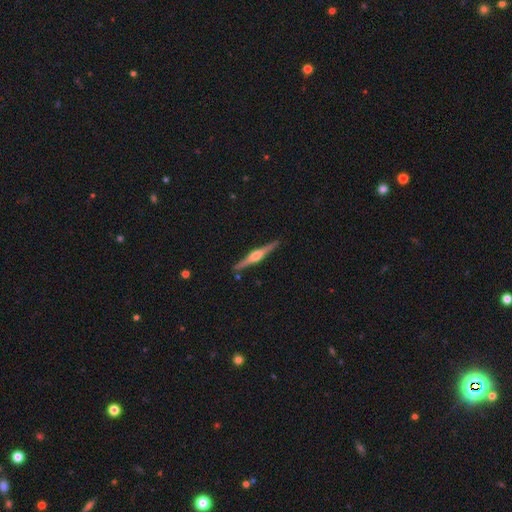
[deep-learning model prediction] Q: Smooth or featured?
A: featured or disk (79%); runner-up: smooth (16%)
Q: Edge-on disk?
A: yes (98%); runner-up: no (2%)
Q: Edge-on bulge?
A: rounded (90%); runner-up: boxy (7%)
Q: Merging?
A: none (89%); runner-up: minor disturbance (7%)